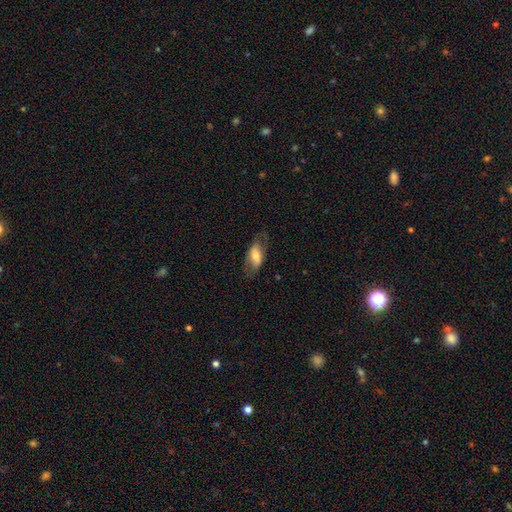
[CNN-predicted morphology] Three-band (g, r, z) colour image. It shows a smooth galaxy with no disk features (55%) that is in between round and cigar-shaped (86%). Merging: none (67%).